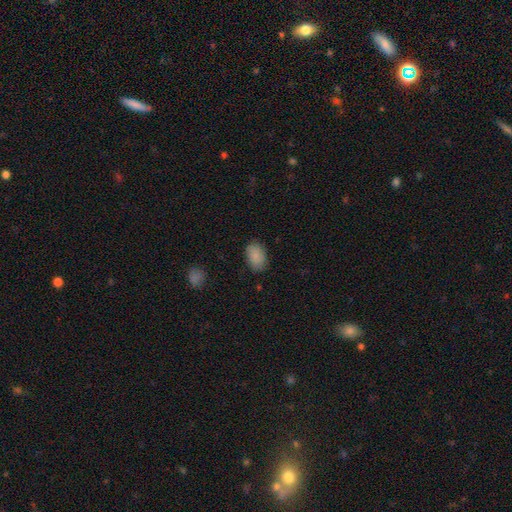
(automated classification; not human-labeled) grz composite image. It shows a smooth galaxy with no disk features (87%) that is in between round and cigar-shaped (89%). Merging: none (82%).